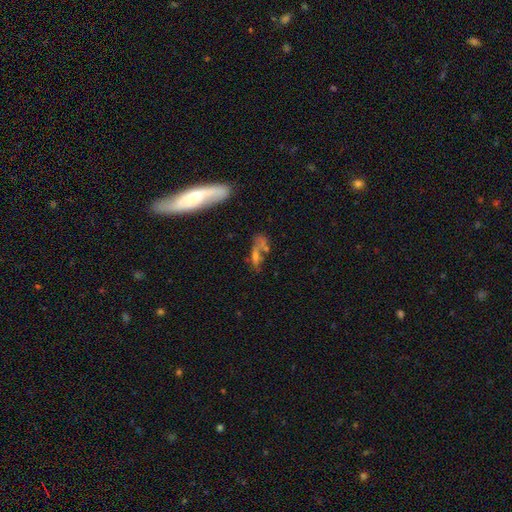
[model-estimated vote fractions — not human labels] smooth-or-featured: smooth: 41% | featured or disk: 40% | star or artifact: 20%
  merging: none: 39% | merger: 22% | major disturbance: 21% | minor disturbance: 18%